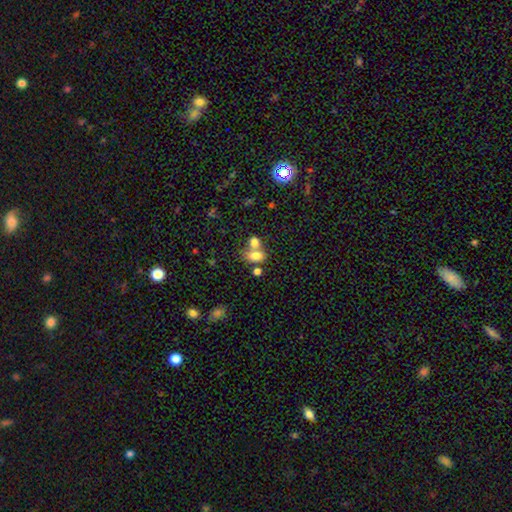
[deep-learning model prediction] Morphology: type=smooth (77%); roundness=in between (81%); merging=merger (52%).